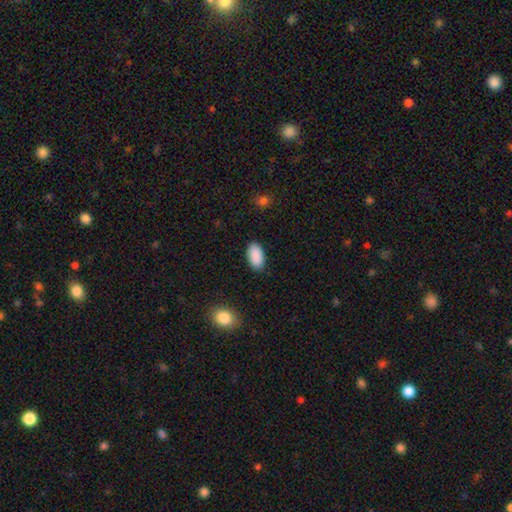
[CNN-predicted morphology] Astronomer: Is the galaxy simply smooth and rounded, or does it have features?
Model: smooth — 91%.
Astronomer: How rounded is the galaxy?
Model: in between — 95%.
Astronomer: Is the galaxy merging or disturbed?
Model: none — 88%.